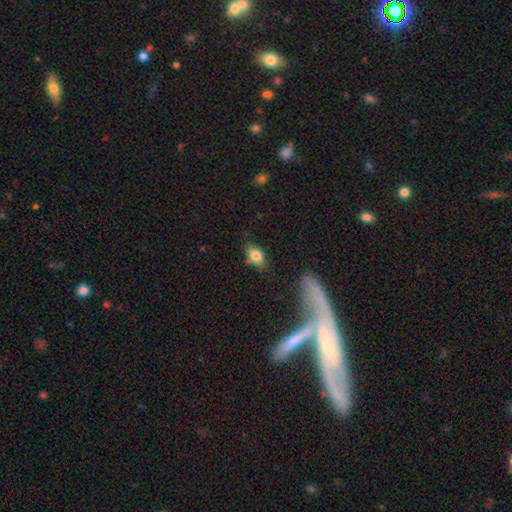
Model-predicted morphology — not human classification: Smooth or featured?
  - smooth: 81% *
  - featured or disk: 10%
  - star or artifact: 9%
How rounded?
  - in between: 85% *
  - round: 12%
  - cigar-shaped: 4%
Merging?
  - none: 73% *
  - minor disturbance: 19%
  - major disturbance: 4%
  - merger: 3%